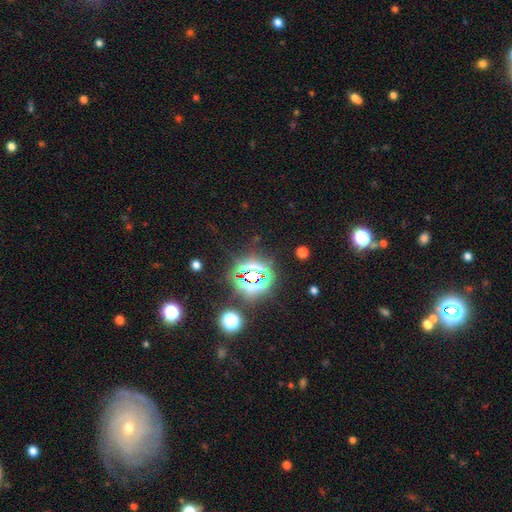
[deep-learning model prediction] This is likely a star or artifact rather than a galaxy (72%).